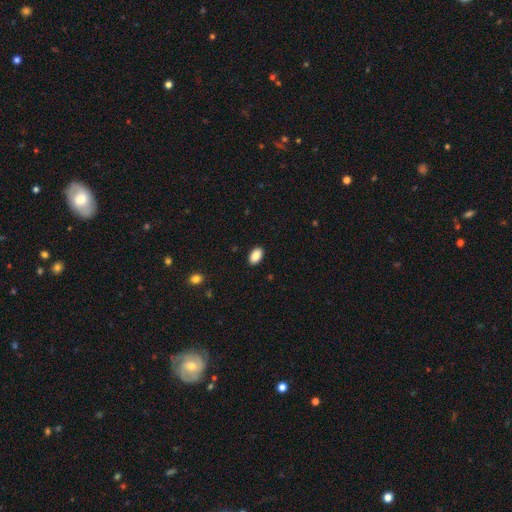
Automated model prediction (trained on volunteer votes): Q: Smooth or featured?
A: smooth (89%); runner-up: star or artifact (7%)
Q: How rounded?
A: in between (93%); runner-up: round (6%)
Q: Merging?
A: none (90%); runner-up: minor disturbance (7%)